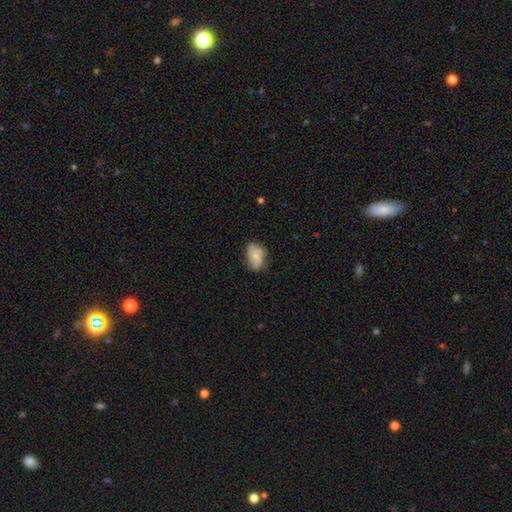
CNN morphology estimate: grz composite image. It shows a smooth galaxy with no disk features (57%) that is in between round and cigar-shaped (84%). Merging: none (61%).